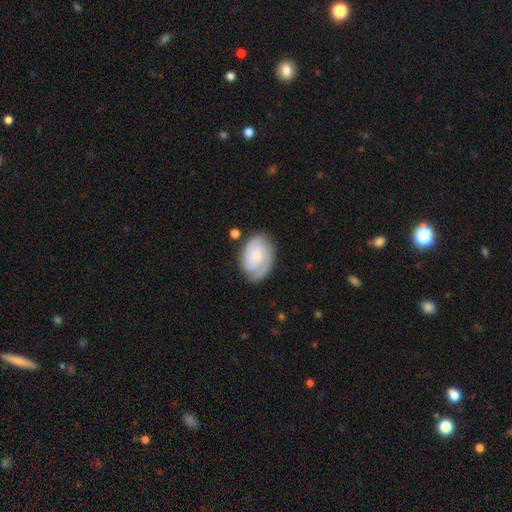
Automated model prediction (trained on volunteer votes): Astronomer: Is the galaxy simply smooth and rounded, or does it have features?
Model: featured or disk — 77%.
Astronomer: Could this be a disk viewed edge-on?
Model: no — 97%.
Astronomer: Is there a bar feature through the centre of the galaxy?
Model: no — 67%.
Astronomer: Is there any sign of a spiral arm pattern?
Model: yes — 96%.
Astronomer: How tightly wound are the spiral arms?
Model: tight — 58%.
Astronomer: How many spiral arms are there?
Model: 2 — 48%.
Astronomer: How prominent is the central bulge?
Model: small — 68%.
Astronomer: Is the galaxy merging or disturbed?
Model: none — 71%.